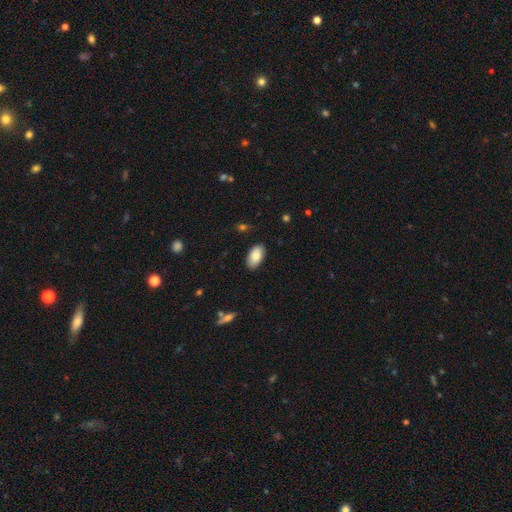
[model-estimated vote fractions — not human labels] The model was most divided on "smooth or featured": smooth: 83%, featured or disk: 10%, star or artifact: 7%. More confident: how rounded — in between (95%); merging — none (85%).